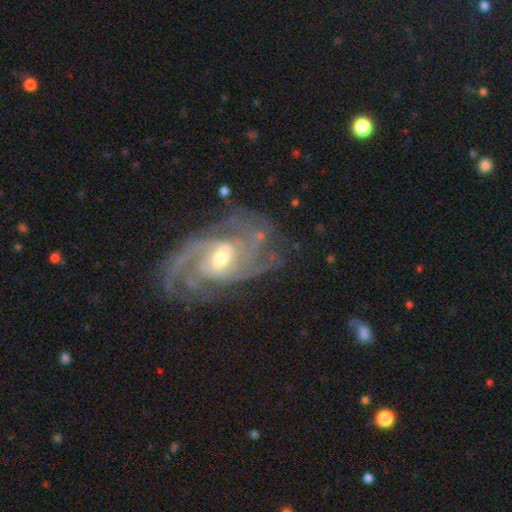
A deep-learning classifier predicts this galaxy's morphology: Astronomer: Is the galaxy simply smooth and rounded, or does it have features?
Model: featured or disk — 90%.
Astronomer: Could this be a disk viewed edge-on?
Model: no — 96%.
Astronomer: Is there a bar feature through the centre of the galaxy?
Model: weak — 47% (runner-up: no, 34%).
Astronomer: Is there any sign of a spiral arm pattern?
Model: yes — 98%.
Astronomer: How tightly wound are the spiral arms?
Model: tight — 51% (runner-up: medium, 39%).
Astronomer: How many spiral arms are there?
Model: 3 — 28% (runner-up: 2, 23%).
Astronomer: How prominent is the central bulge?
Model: moderate — 59% (runner-up: small, 35%).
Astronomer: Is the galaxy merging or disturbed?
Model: none — 74%.